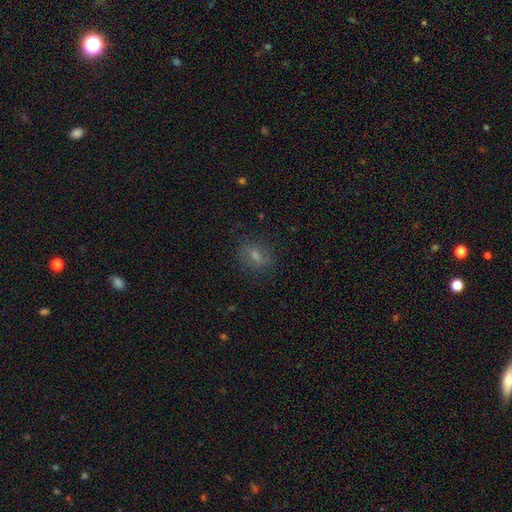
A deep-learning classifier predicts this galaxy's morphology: type=smooth (56%); roundness=in between (56%); merging=none (79%).